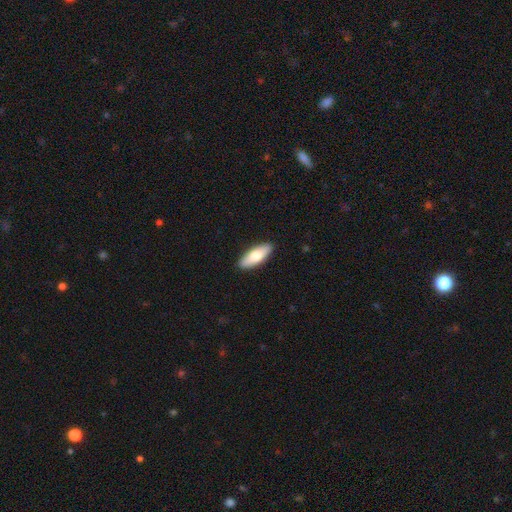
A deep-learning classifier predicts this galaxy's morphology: Smooth or featured? Predicted: smooth (p=0.70). How rounded? Predicted: in between (p=0.71). Merging? Predicted: none (p=0.91).